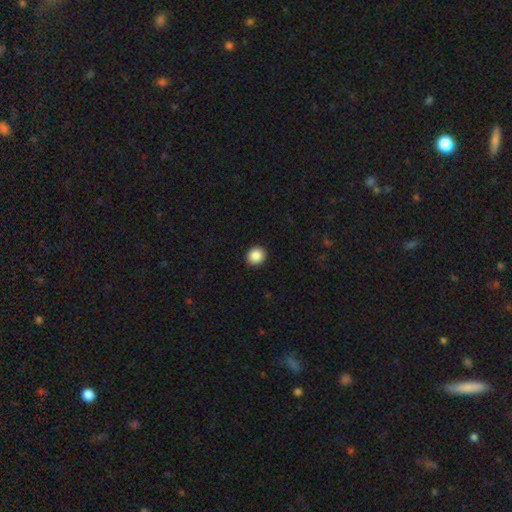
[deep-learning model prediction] Smooth or featured? Predicted: smooth (p=0.88). How rounded? Predicted: round (p=0.83). Merging? Predicted: none (p=0.92).